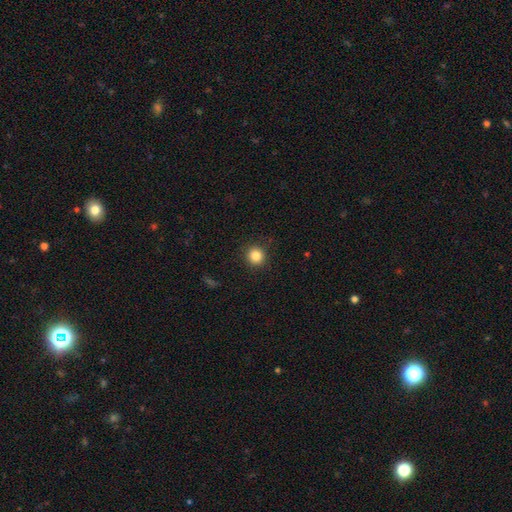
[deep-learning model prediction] A smooth galaxy with no disk features (84%) that is round (93%).

Vote fractions:
- Smooth or featured? smooth: 84% / star or artifact: 11% / featured or disk: 5%
- How rounded? round: 93% / in between: 6% / cigar-shaped: 1%
- Merging? none: 91% / minor disturbance: 6% / major disturbance: 2% / merger: 1%